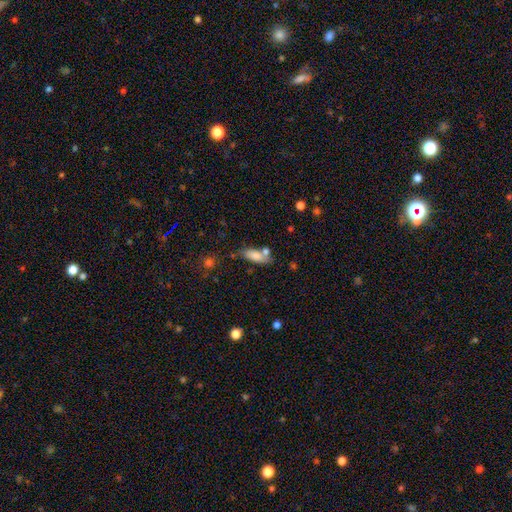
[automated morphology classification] smooth_or_featured: smooth (p=0.78) [alt: featured or disk p=0.14]
how_rounded: in between (p=0.75) [alt: cigar-shaped p=0.22]
merging: none (p=0.51) [alt: merger p=0.23]